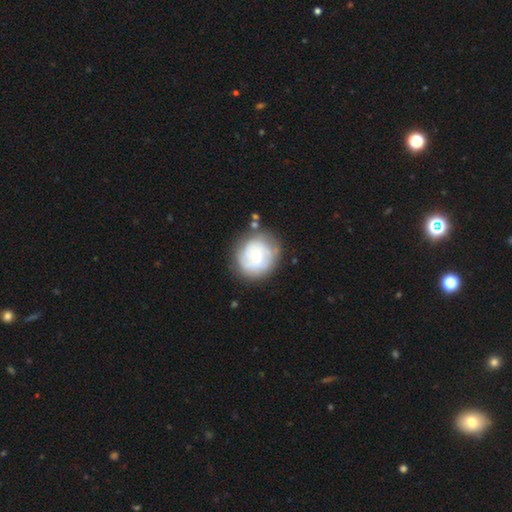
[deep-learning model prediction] smooth_or_featured: featured or disk (p=0.49) [alt: smooth p=0.44]
merging: none (p=0.71) [alt: minor disturbance p=0.18]